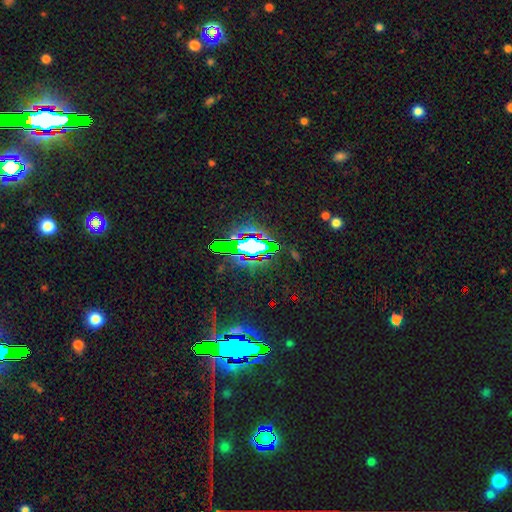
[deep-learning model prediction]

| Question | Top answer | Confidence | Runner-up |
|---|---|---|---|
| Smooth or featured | star or artifact | 70% | featured or disk (17%) |